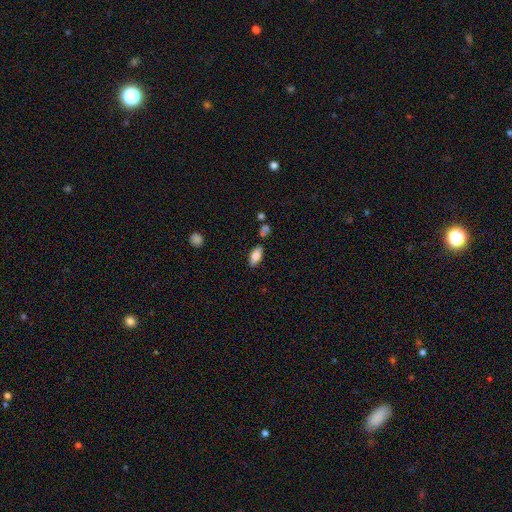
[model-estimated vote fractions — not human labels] Smooth or featured?
  - smooth: 81% *
  - featured or disk: 11%
  - star or artifact: 7%
How rounded?
  - in between: 88% *
  - cigar-shaped: 10%
  - round: 3%
Merging?
  - none: 76% *
  - minor disturbance: 14%
  - merger: 7%
  - major disturbance: 3%